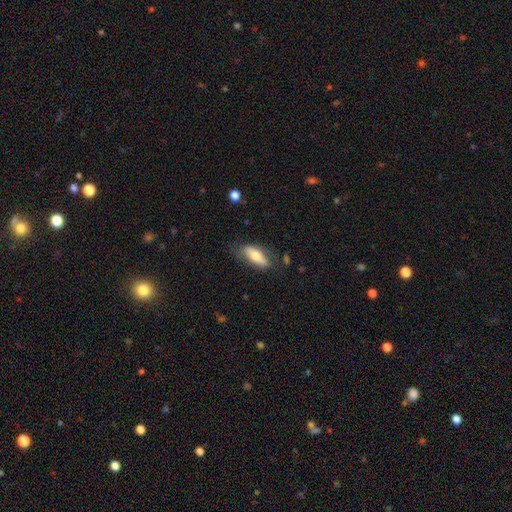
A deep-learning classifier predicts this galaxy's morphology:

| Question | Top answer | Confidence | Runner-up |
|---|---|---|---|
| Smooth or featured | smooth | 68% | featured or disk (26%) |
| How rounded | in between | 75% | cigar-shaped (22%) |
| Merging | none | 68% | minor disturbance (22%) |